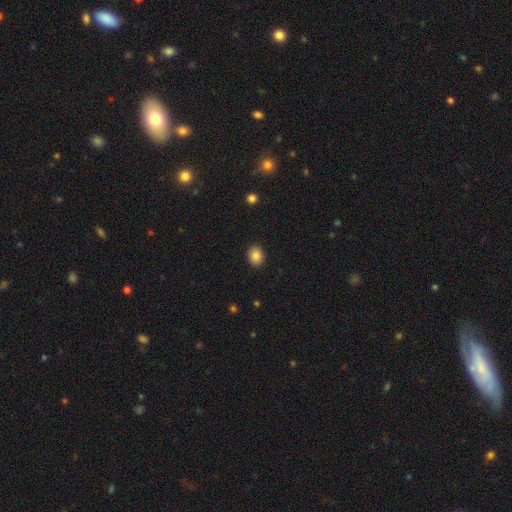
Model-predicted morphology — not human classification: This is clearly a smooth galaxy (86%). How rounded: possibly in between (50%). Merging: clearly none (90%).